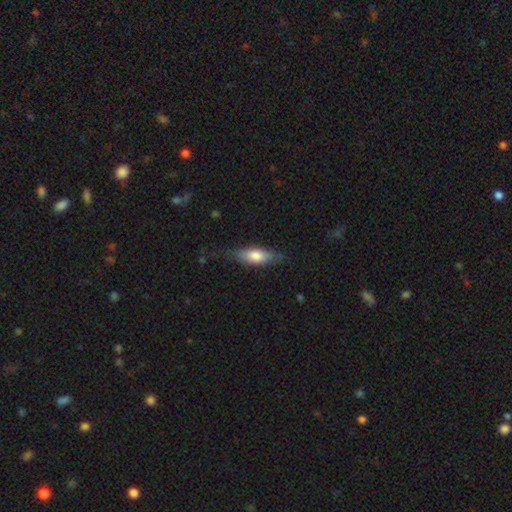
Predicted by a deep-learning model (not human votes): Smooth or featured: smooth — 68% (featured or disk — 26%)
How rounded: in between — 61% (cigar-shaped — 37%)
Merging: none — 75% (minor disturbance — 19%)